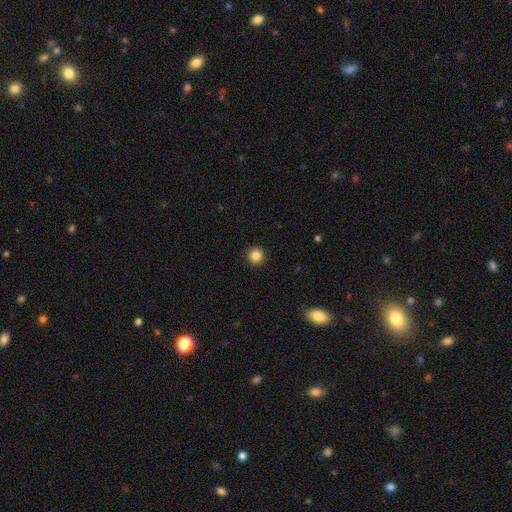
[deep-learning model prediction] Smooth or featured: smooth — 85% (star or artifact — 11%)
How rounded: round — 95% (in between — 4%)
Merging: none — 93% (minor disturbance — 4%)